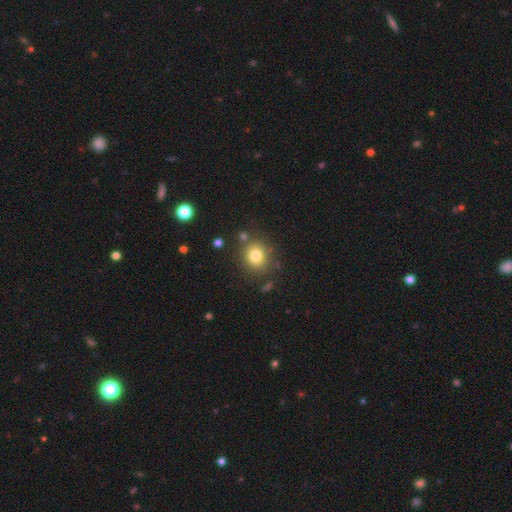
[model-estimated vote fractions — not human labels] smooth_or_featured: smooth (p=0.80) [alt: star or artifact p=0.12]
how_rounded: round (p=0.84) [alt: in between p=0.15]
merging: none (p=0.81) [alt: minor disturbance p=0.10]